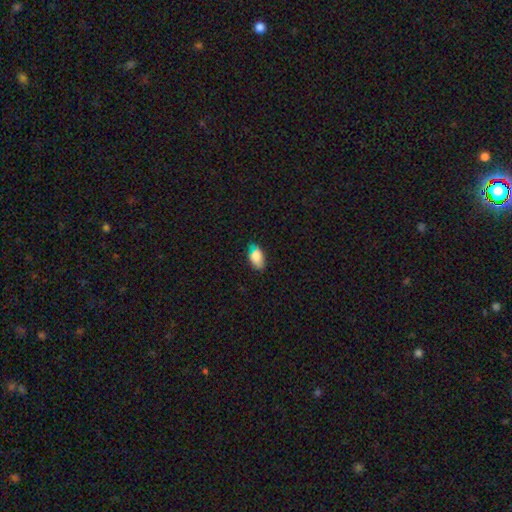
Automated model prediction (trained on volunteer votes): Morphology: type=smooth (82%); roundness=in between (91%); merging=none (74%).